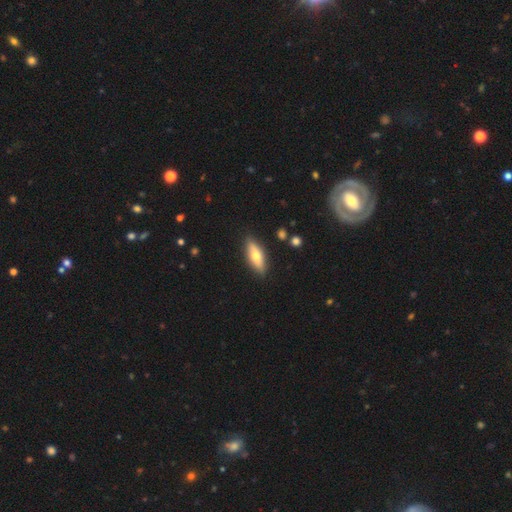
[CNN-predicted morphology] Q: Smooth or featured?
A: smooth (59%); runner-up: featured or disk (35%)
Q: How rounded?
A: in between (54%); runner-up: cigar-shaped (43%)
Q: Merging?
A: none (87%); runner-up: minor disturbance (9%)